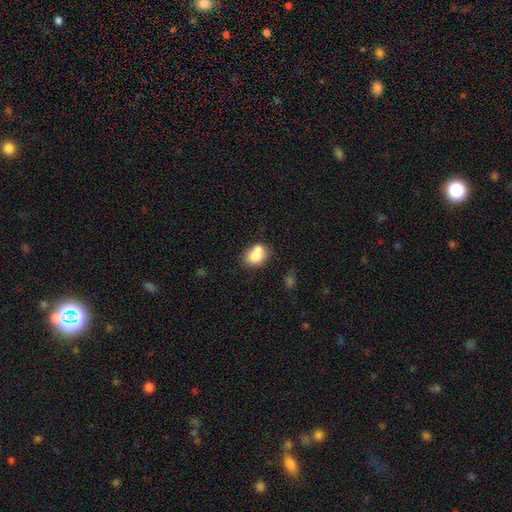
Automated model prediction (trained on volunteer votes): Morphology: type=smooth (76%); roundness=in between (63%); merging=none (40%, tied with merger).